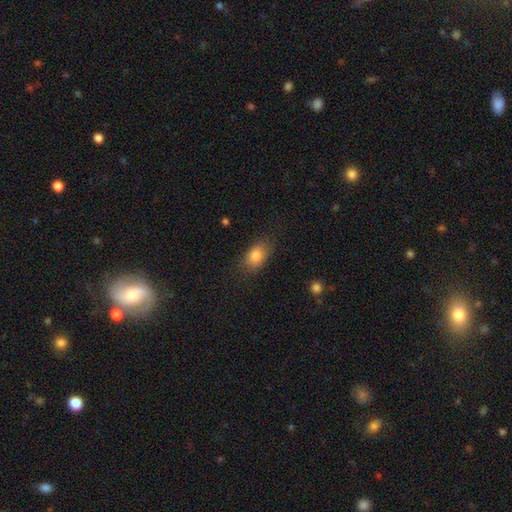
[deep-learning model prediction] Smooth or featured? smooth (82%)
How rounded? in between (84%)
Merging? none (76%)